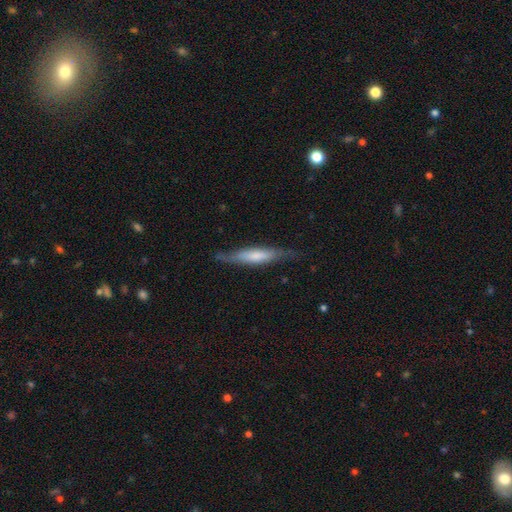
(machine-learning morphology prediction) Overall: smooth (52%; featured or disk 42%). How rounded: cigar-shaped (83%). Merging: none (74%).